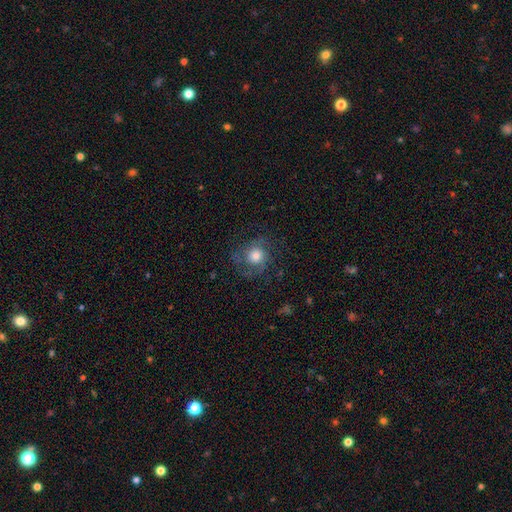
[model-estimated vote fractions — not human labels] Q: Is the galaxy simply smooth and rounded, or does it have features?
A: featured or disk — 53%.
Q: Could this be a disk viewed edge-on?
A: no — 97%.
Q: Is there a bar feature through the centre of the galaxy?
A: no — 80%.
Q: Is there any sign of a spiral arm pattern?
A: yes — 85%.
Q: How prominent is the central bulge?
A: moderate — 52%.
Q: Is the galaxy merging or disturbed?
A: none — 68%.